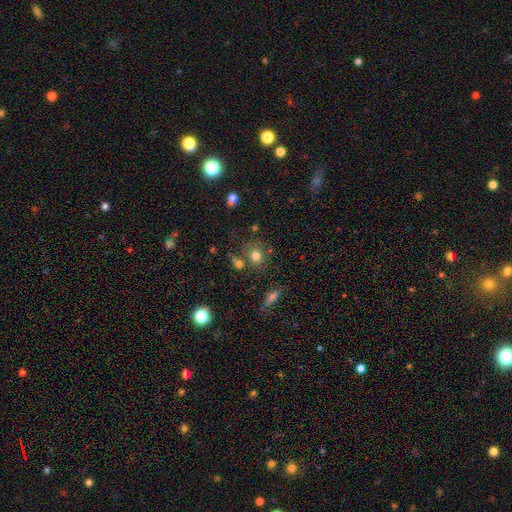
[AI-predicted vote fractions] Smooth or featured? smooth (73%)
How rounded? round (77%)
Merging? none (68%)